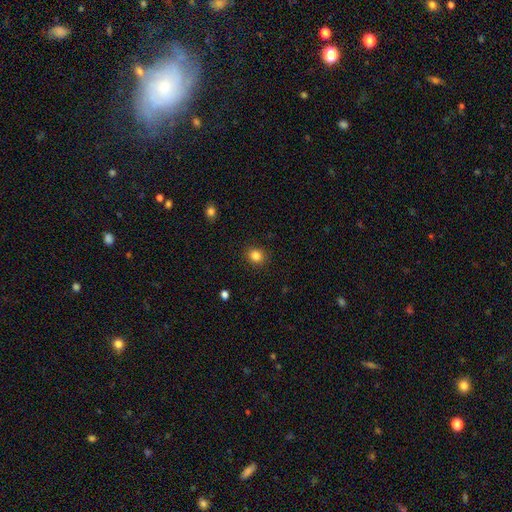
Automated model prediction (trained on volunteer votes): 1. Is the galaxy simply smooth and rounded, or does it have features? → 85% smooth, 11% star or artifact, 4% featured or disk.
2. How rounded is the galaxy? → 76% round, 24% in between, 1% cigar-shaped.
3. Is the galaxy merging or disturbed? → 89% none, 7% minor disturbance, 2% major disturbance, 1% merger.